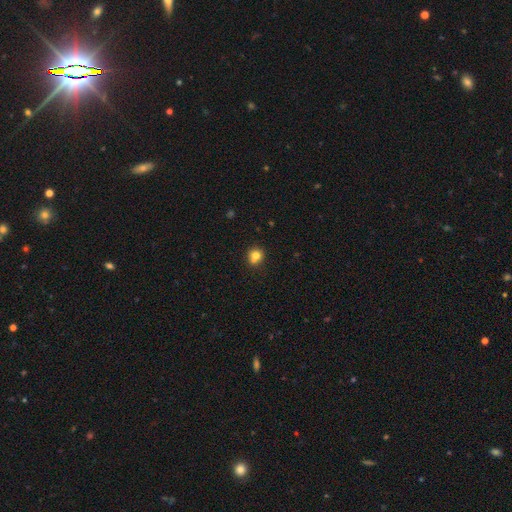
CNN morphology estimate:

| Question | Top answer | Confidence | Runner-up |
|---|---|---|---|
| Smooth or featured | smooth | 77% | star or artifact (12%) |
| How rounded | round | 84% | in between (16%) |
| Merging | none | 65% | merger (18%) |